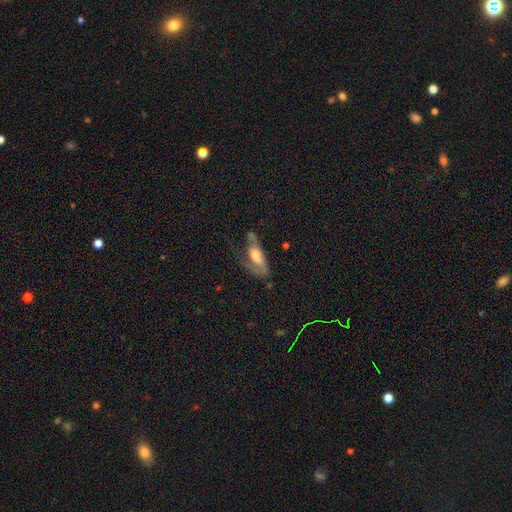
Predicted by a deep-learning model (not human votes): Smooth or featured?
  - featured or disk: 49% *
  - smooth: 45%
  - star or artifact: 7%
Merging?
  - major disturbance: 36% *
  - none: 33%
  - minor disturbance: 25%
  - merger: 6%